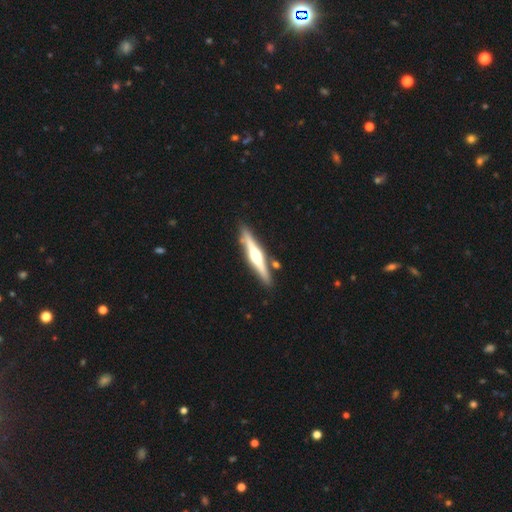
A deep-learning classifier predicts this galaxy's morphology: Smooth or featured? Predicted: featured or disk (p=0.72). Edge-on disk? Predicted: yes (p=0.97). Edge-on bulge? Predicted: rounded (p=0.92). Merging? Predicted: none (p=0.85).